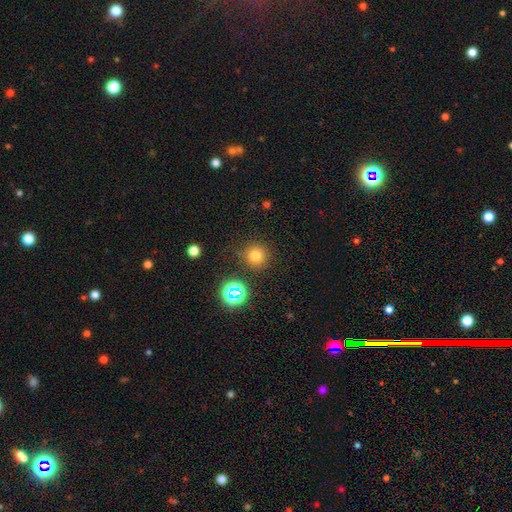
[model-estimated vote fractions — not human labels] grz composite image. It shows a smooth galaxy with no disk features (74%) that is round (94%). Merging: none (84%).